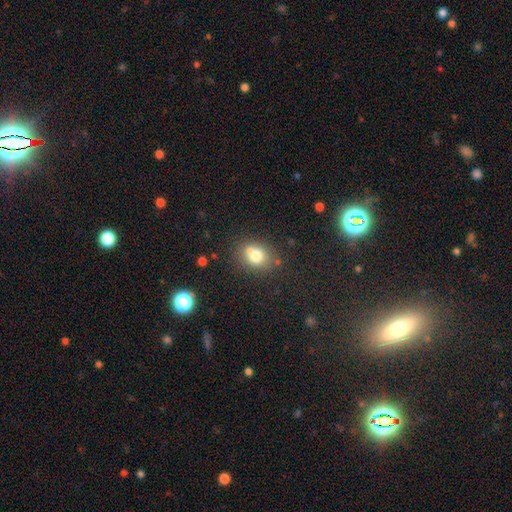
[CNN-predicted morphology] This is likely a smooth galaxy (73%). How rounded: likely round (63%). Merging: possibly none (56%).